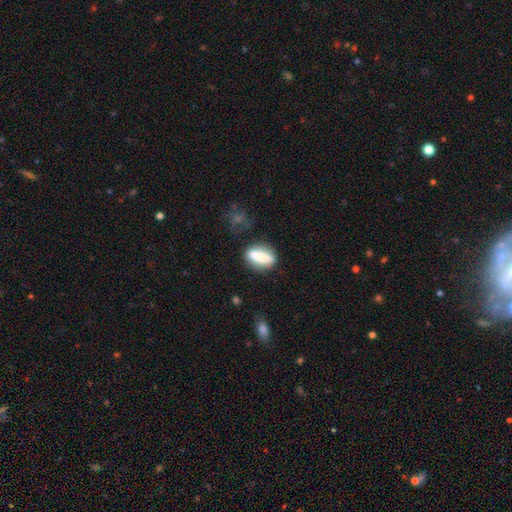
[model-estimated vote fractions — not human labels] The model was most divided on "how rounded": in between: 63%, cigar-shaped: 29%, round: 8%. More confident: merging — none (71%); smooth or featured — smooth (70%).